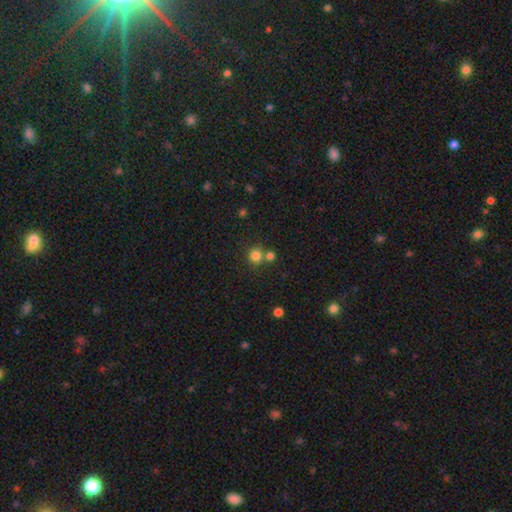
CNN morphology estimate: smooth 80%, star or artifact 14%, featured or disk 6%. Down the decision tree: how rounded — round (90%); merging — none (62%).